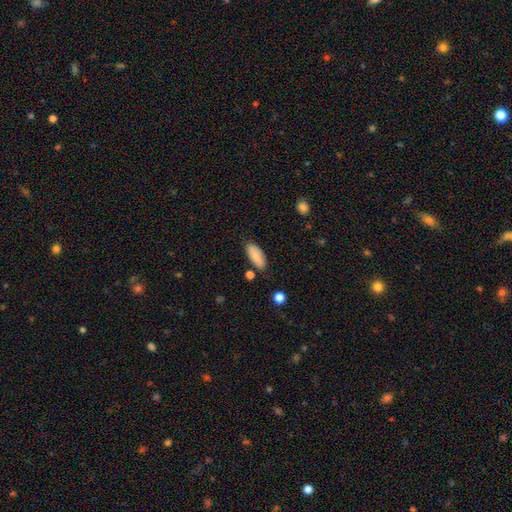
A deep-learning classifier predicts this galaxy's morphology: type=smooth (83%); roundness=in between (85%); merging=none (80%).